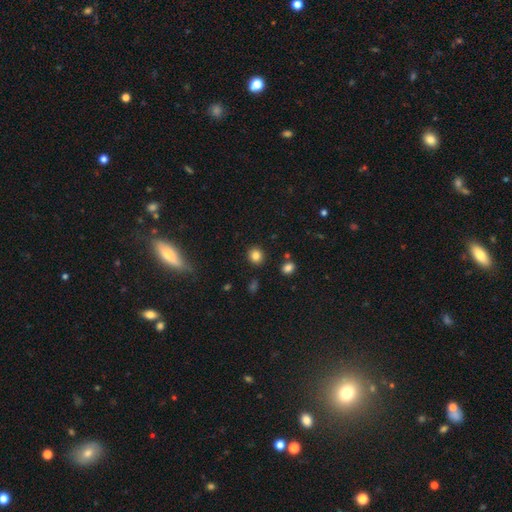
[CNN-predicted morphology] The model was most divided on "how rounded": round: 80%, in between: 19%, cigar-shaped: 1%. More confident: merging — none (88%); smooth or featured — smooth (83%).